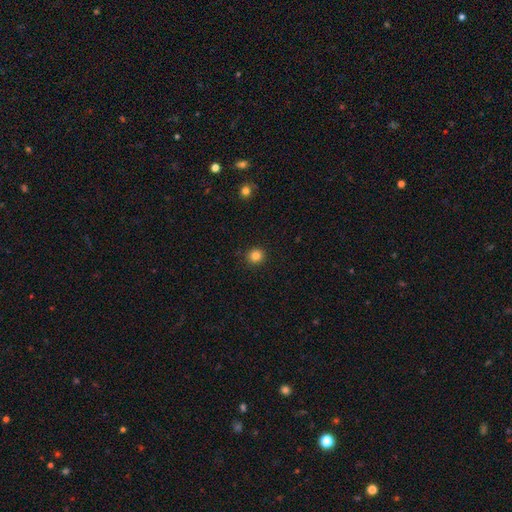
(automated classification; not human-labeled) This appears to be a smooth galaxy with no disk features (84%) that is round (91%). Merging: none (92%).